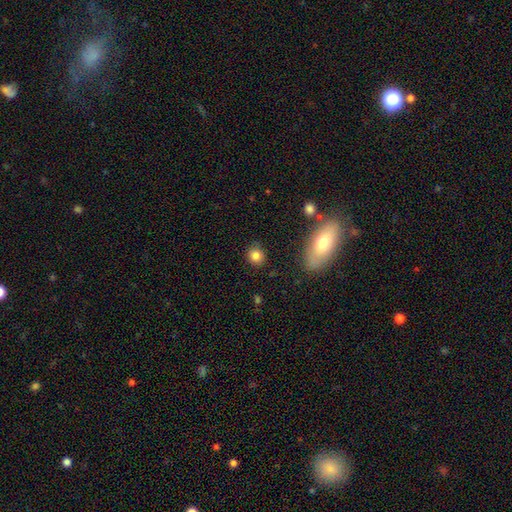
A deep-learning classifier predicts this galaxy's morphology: A smooth galaxy with no disk features (84%) that is round (78%).

Vote fractions:
- Smooth or featured? smooth: 84% / star or artifact: 10% / featured or disk: 6%
- How rounded? round: 78% / in between: 20% / cigar-shaped: 1%
- Merging? none: 85% / minor disturbance: 10% / major disturbance: 3% / merger: 2%